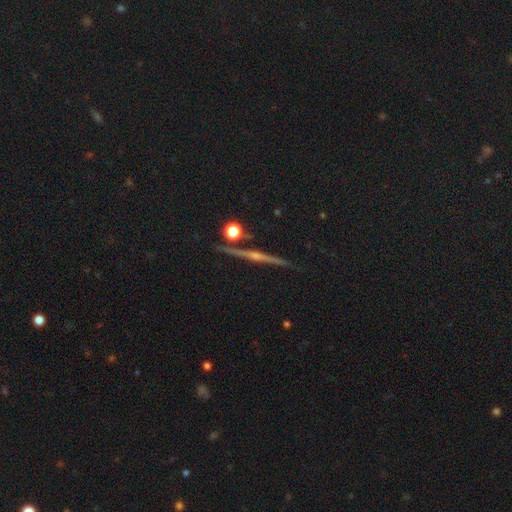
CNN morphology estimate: type=featured or disk (62%); edge-on=yes (89%); edge-on bulge=rounded (72%); merging=none (78%).